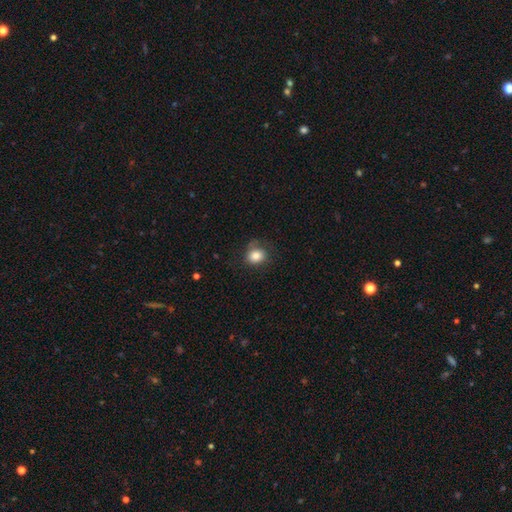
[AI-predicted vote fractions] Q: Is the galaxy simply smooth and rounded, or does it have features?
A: smooth — 83%.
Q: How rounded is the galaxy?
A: round — 65%.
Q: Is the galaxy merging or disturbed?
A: none — 65%.